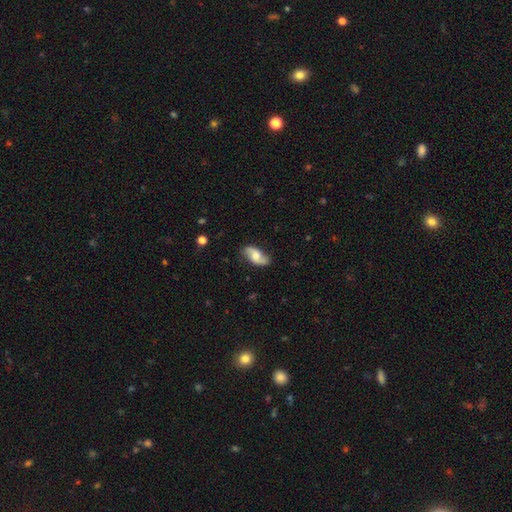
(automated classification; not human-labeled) This is likely a featured or disk galaxy (62%). It is clearly not viewed edge-on (94%). Bar: possibly no (59%). Spiral arm pattern: clearly yes (91%). Spiral arm count: clearly 2 (90%). Spiral winding: likely loose (61%). Central bulge: possibly moderate (54%). Merging: likely none (78%).